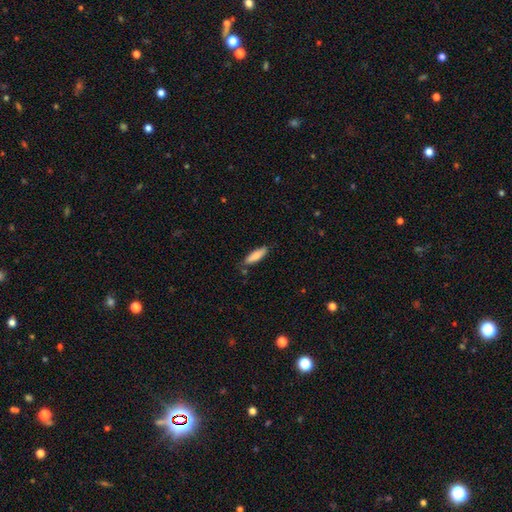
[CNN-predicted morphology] smooth-or-featured: smooth: 83% | featured or disk: 11% | star or artifact: 6%
  how-rounded: cigar-shaped: 60% | in between: 38% | round: 1%
  merging: none: 78% | minor disturbance: 16% | merger: 3% | major disturbance: 3%